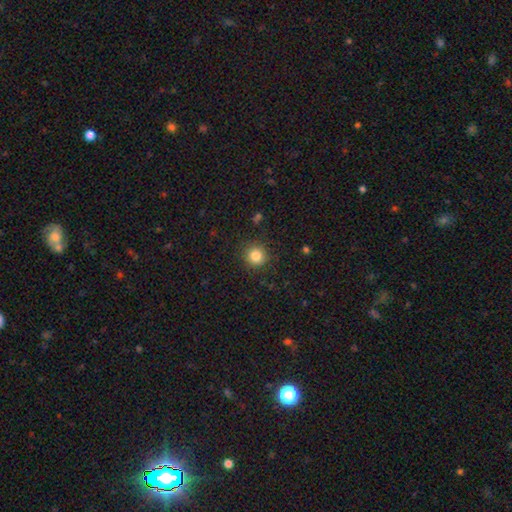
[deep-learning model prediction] smooth 83%, star or artifact 11%, featured or disk 6%. Down the decision tree: how rounded — round (94%); merging — none (90%).